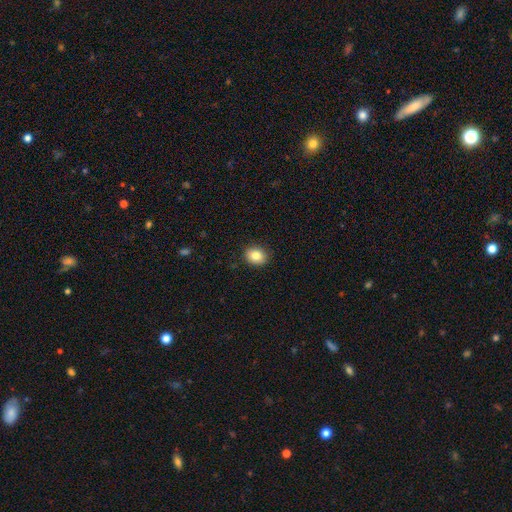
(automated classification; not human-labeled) The model was most divided on "how rounded": round: 57%, in between: 42%, cigar-shaped: 1%. More confident: merging — none (90%); smooth or featured — smooth (83%).